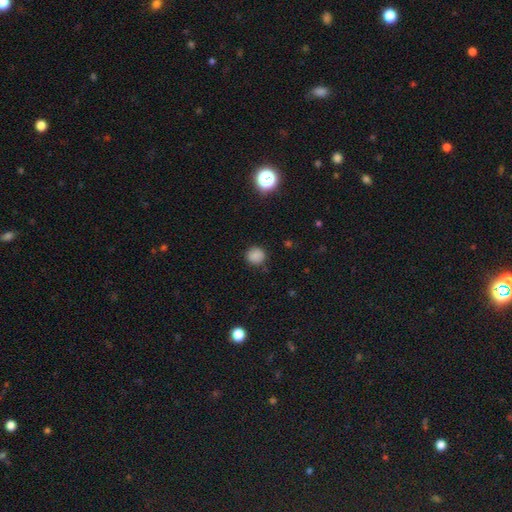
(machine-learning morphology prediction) smooth_or_featured: smooth (p=0.83) [alt: star or artifact p=0.13]
how_rounded: round (p=0.89) [alt: in between p=0.10]
merging: none (p=0.85) [alt: minor disturbance p=0.10]